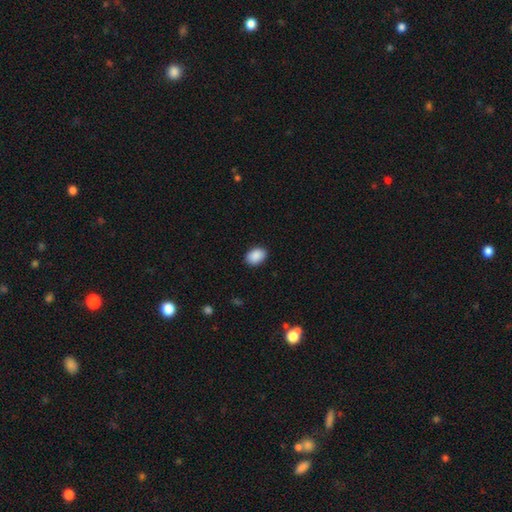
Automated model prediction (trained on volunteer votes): A smooth galaxy with no disk features (90%) that is in between round and cigar-shaped (76%). Merging: none (89%).